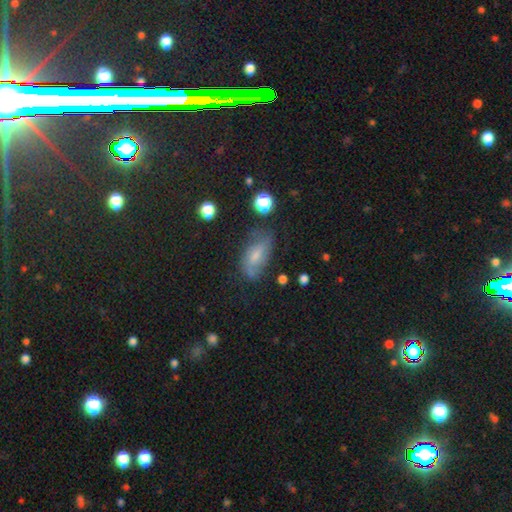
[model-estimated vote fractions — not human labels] smooth-or-featured: smooth: 54% | featured or disk: 32% | star or artifact: 14%
  how-rounded: in between: 86% | cigar-shaped: 7% | round: 7%
  merging: none: 59% | minor disturbance: 26% | major disturbance: 12% | merger: 3%